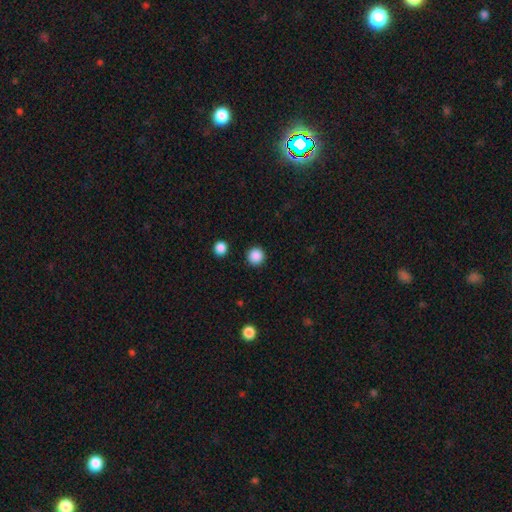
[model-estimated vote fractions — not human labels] Smooth or featured: smooth — 88% (star or artifact — 10%)
How rounded: round — 96% (in between — 3%)
Merging: none — 92% (minor disturbance — 5%)